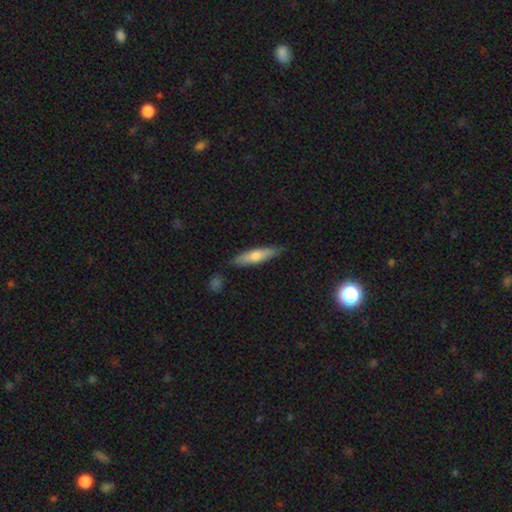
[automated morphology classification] A smooth galaxy with no disk features (60%) that is cigar-shaped (77%). Merging: none (84%).